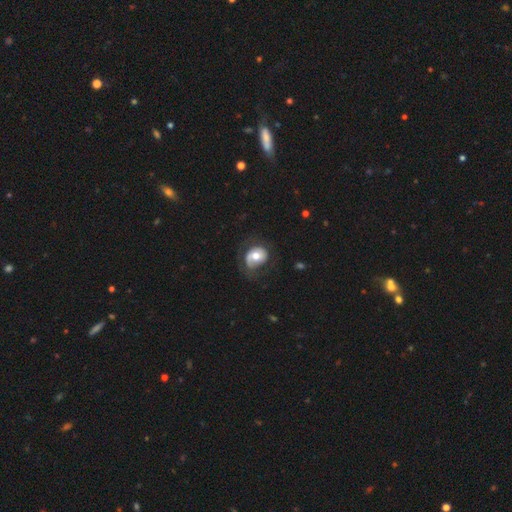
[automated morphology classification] featured or disk 46% (tied), smooth 46% (tied), star or artifact 7%. Down the decision tree: merging — none (52%).